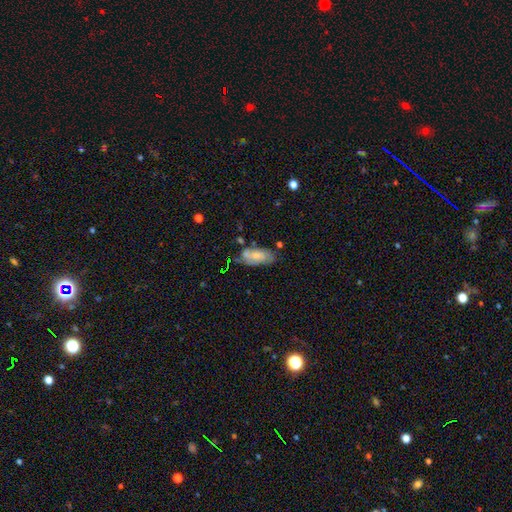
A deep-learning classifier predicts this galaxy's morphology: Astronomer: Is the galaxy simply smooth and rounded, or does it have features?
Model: smooth — 48% (runner-up: featured or disk, 45%).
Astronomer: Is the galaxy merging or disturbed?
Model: none — 56%.